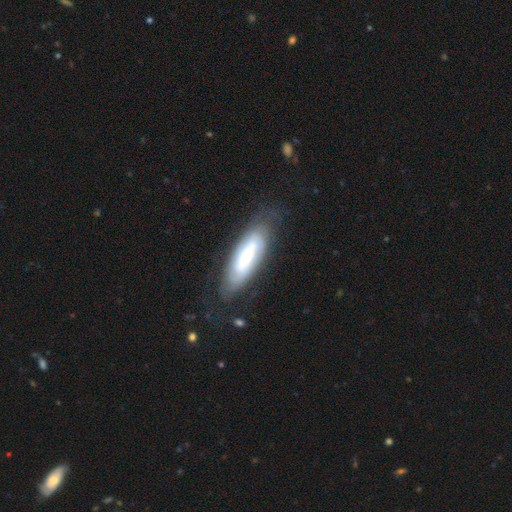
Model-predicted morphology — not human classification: The model was most divided on "smooth or featured": smooth: 46%, featured or disk: 37%, star or artifact: 17%. More confident: merging — none (83%).